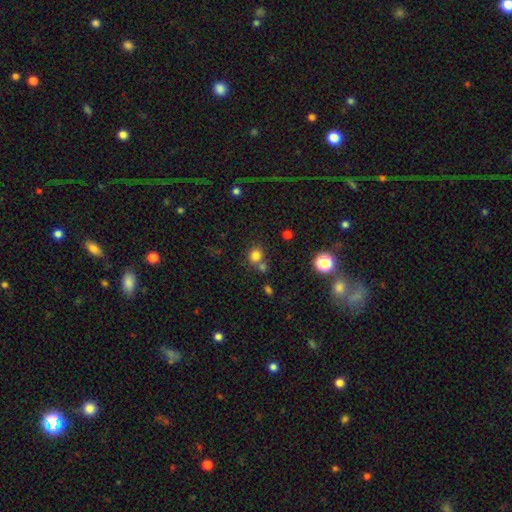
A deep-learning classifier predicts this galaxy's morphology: A smooth galaxy with no disk features (78%) that is round (84%).

Vote fractions:
- Smooth or featured? smooth: 78% / star or artifact: 16% / featured or disk: 7%
- How rounded? round: 84% / in between: 15% / cigar-shaped: 1%
- Merging? none: 63% / merger: 24% / minor disturbance: 9% / major disturbance: 4%